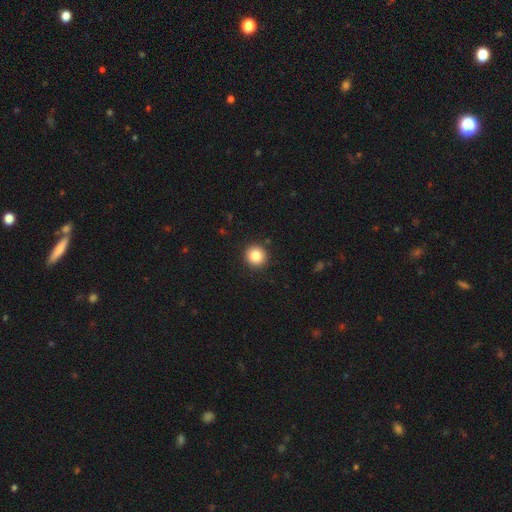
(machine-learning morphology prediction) smooth 84%, star or artifact 10%, featured or disk 7%. Down the decision tree: how rounded — round (95%); merging — none (92%).